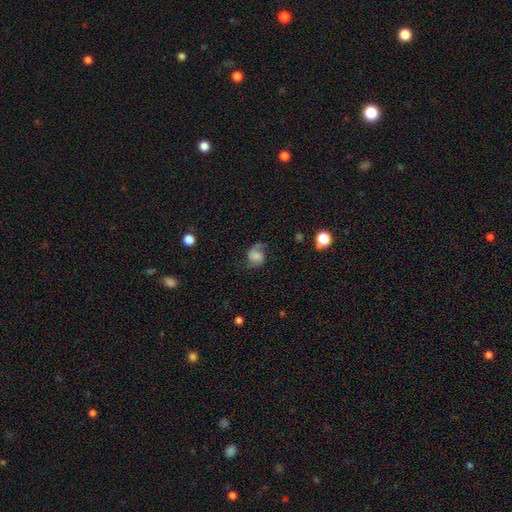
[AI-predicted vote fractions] smooth-or-featured: featured or disk: 48% | smooth: 41% | star or artifact: 11%
  merging: none: 54% | minor disturbance: 24% | major disturbance: 19% | merger: 2%